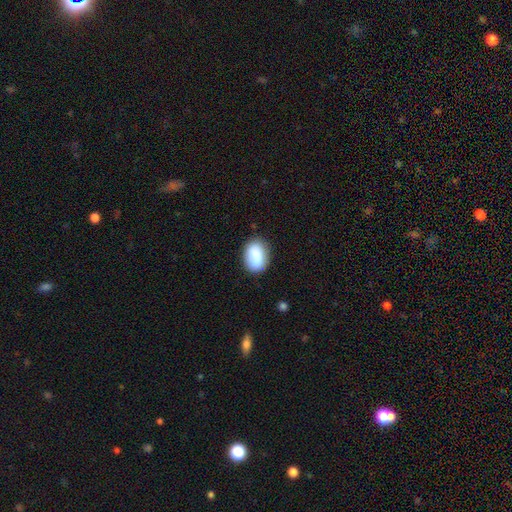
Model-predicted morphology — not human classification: This appears to be a smooth galaxy with no disk features (85%) that is in between round and cigar-shaped (82%). Merging: none (79%).